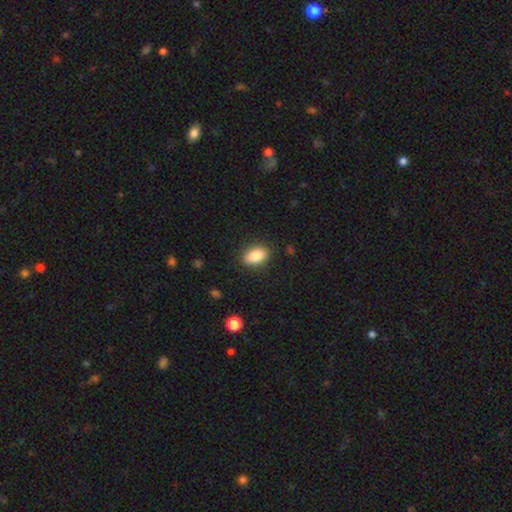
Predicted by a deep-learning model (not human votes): smooth_or_featured: smooth (p=0.87) [alt: star or artifact p=0.08]
how_rounded: in between (p=0.90) [alt: round p=0.07]
merging: none (p=0.86) [alt: minor disturbance p=0.10]